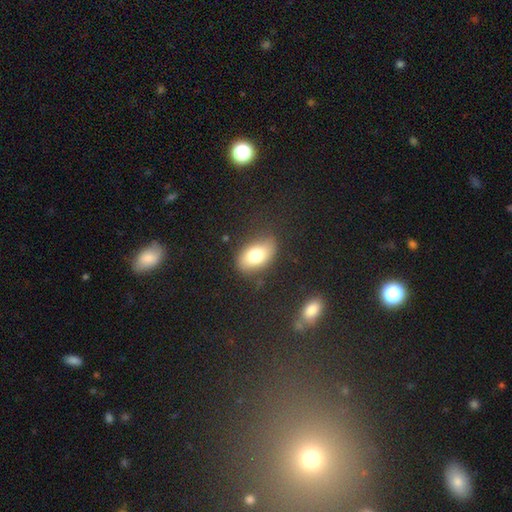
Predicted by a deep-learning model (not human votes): Smooth or featured: smooth — 76% (featured or disk — 16%)
How rounded: in between — 89% (round — 9%)
Merging: none — 76% (minor disturbance — 16%)